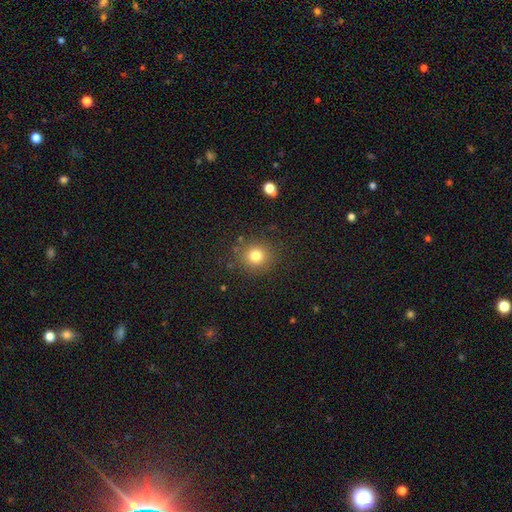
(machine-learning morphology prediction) type=smooth (80%); roundness=round (89%); merging=none (86%).